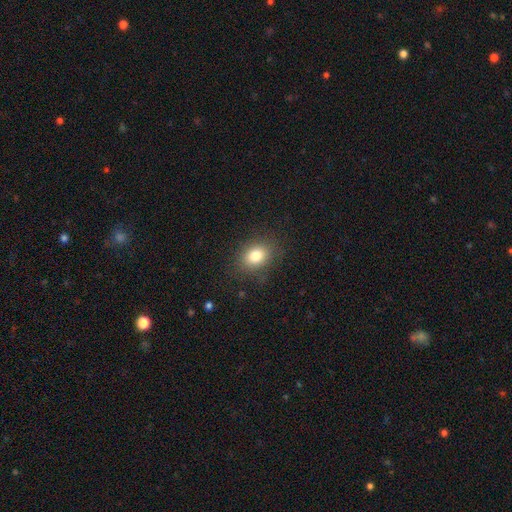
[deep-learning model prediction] This appears to be a smooth galaxy with no disk features (80%) that is in between round and cigar-shaped (64%). Merging: none (83%).